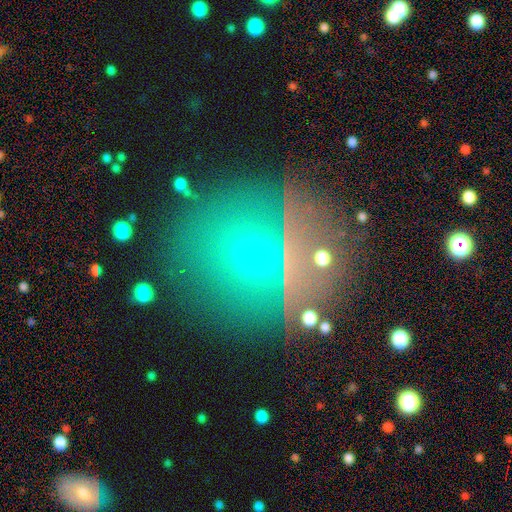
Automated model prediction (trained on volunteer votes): Smooth or featured: smooth — 50% (star or artifact — 35%)
How rounded: round — 68% (in between — 29%)
Merging: none — 65% (minor disturbance — 14%)